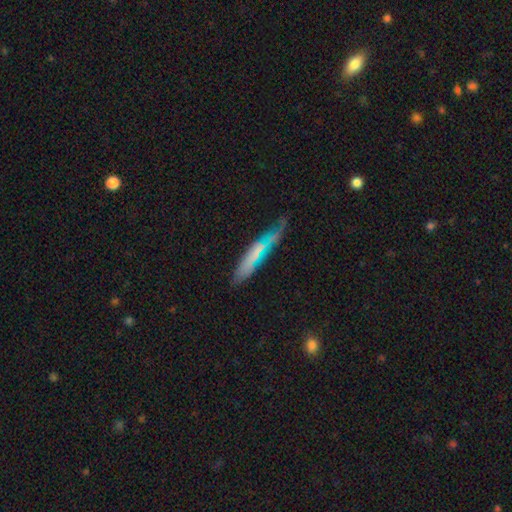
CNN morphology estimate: This appears to be a smooth galaxy with no disk features (48%). Merging: none (53%).